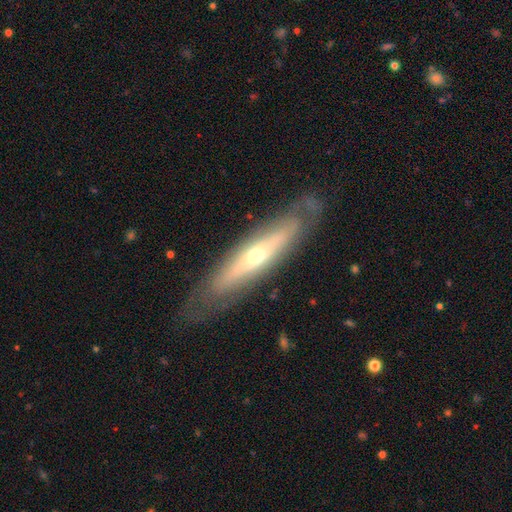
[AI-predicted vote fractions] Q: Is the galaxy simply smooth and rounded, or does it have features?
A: featured or disk — 67%.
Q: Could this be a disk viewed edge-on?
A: no — 50%, tied with yes.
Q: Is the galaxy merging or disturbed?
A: none — 77%.